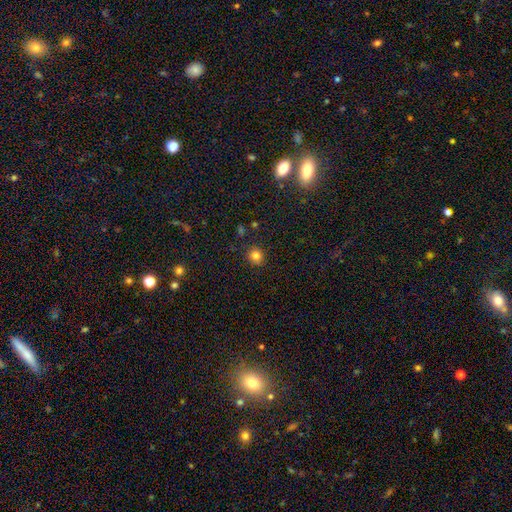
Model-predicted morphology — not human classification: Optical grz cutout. It shows a smooth galaxy with no disk features (82%) that is round (87%). Merging: none (88%).